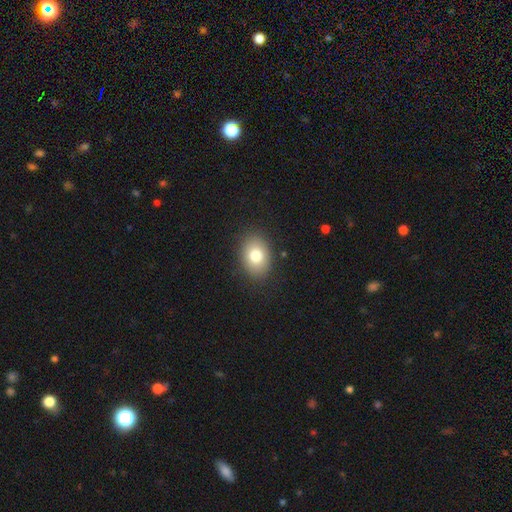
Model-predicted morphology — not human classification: This appears to be a smooth galaxy with no disk features (79%) that is in between round and cigar-shaped (71%). Merging: none (87%).